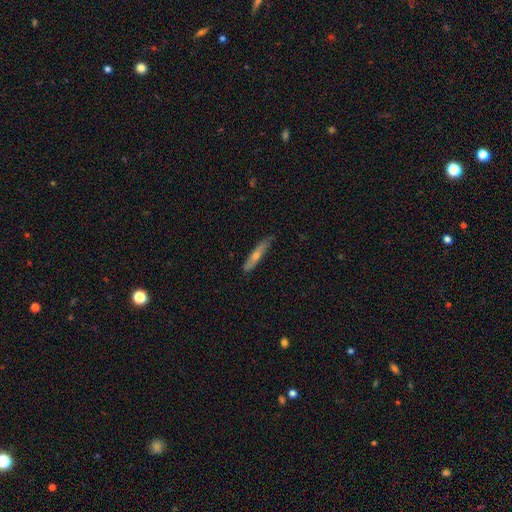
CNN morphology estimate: Smooth or featured? Predicted: featured or disk (p=0.48). Merging? Predicted: none (p=0.80).